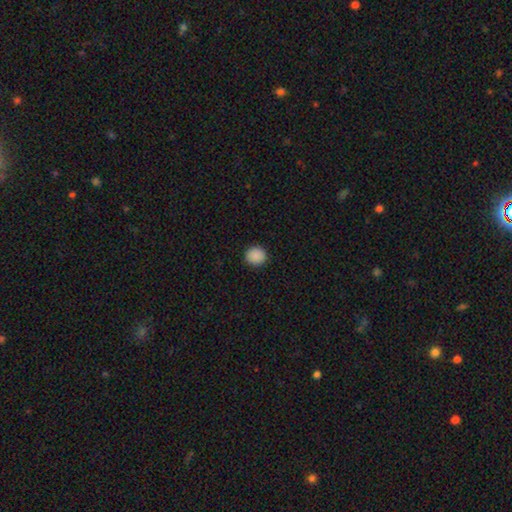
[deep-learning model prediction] This appears to be a smooth galaxy with no disk features (89%) that is round (91%). Merging: none (92%).